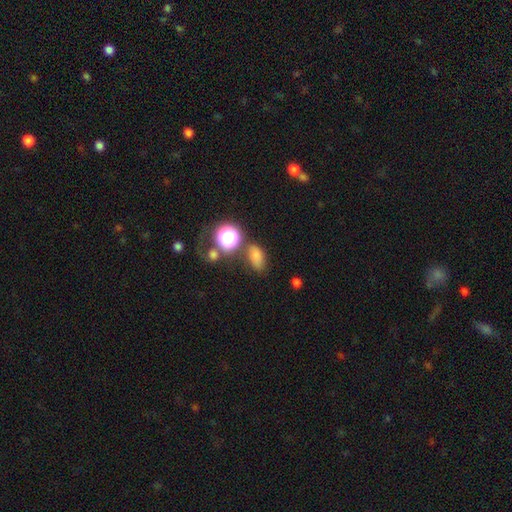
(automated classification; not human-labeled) Overall: smooth (71%). How rounded: in between (80%). Merging: none (63%).